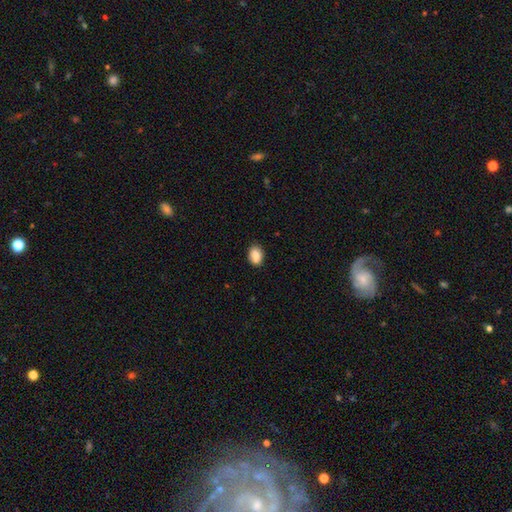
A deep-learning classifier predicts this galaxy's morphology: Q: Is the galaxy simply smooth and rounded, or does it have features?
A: smooth — 84%.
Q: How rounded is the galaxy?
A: in between — 73%.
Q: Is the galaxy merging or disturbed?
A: none — 81%.